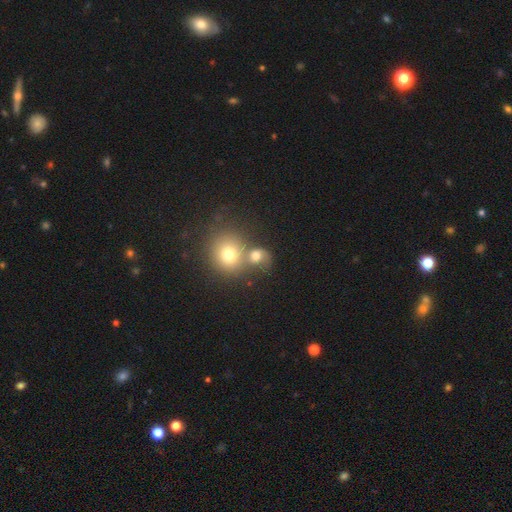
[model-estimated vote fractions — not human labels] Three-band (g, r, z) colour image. It shows a smooth galaxy with no disk features (66%) that is round (71%). Merging: merger (55%).